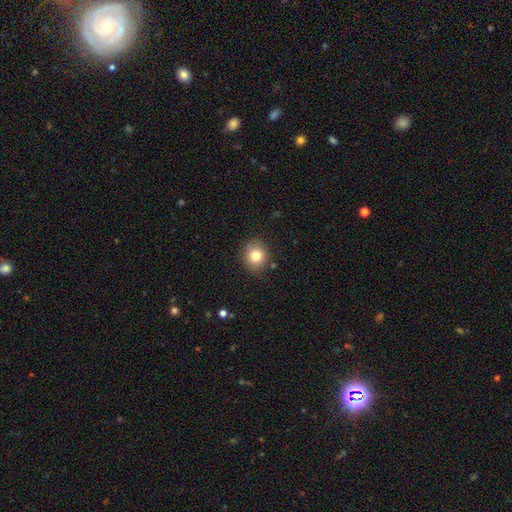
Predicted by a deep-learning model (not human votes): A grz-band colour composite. It shows a smooth galaxy with no disk features (81%) that is round (83%). Merging: none (84%).